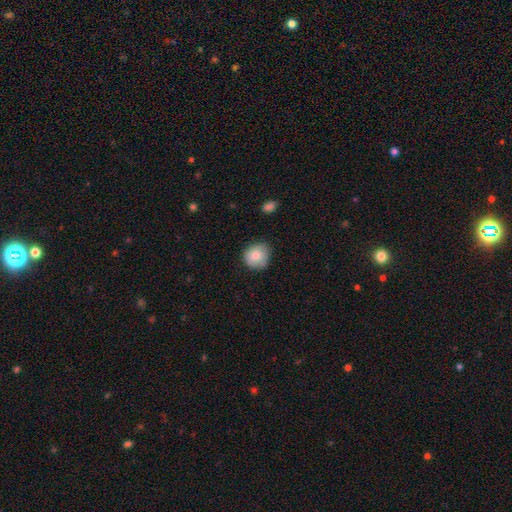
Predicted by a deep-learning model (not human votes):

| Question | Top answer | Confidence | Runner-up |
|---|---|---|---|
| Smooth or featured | smooth | 82% | featured or disk (11%) |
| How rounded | round | 84% | in between (15%) |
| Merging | none | 73% | minor disturbance (21%) |